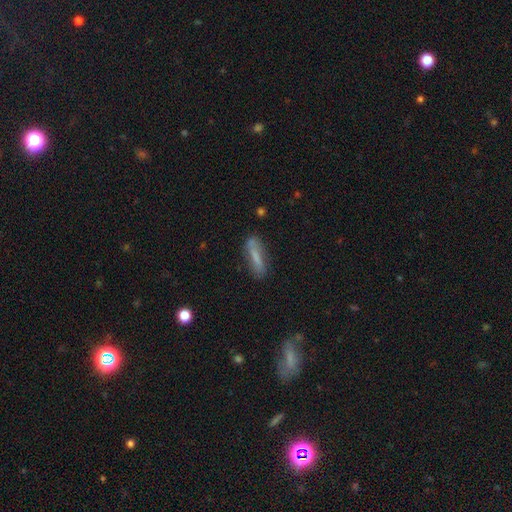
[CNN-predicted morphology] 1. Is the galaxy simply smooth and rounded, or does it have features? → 63% smooth, 28% featured or disk, 8% star or artifact.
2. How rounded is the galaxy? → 76% cigar-shaped, 22% in between, 2% round.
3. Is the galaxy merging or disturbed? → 76% none, 17% minor disturbance, 5% major disturbance, 3% merger.